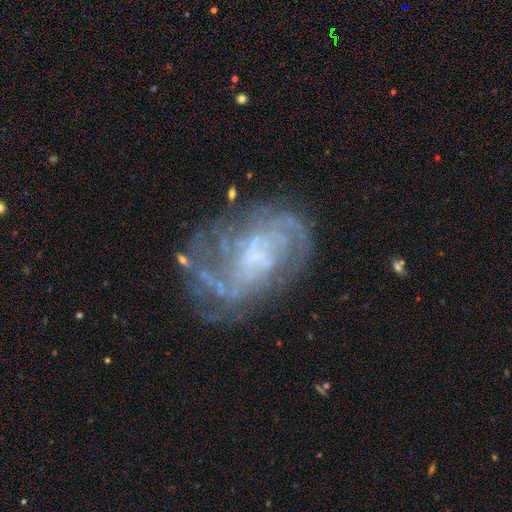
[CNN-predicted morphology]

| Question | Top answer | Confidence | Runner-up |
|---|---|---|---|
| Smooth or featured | featured or disk | 84% | smooth (8%) |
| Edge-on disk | no | 97% | yes (3%) |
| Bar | no | 52% | weak (37%) |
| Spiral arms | yes | 89% | no (11%) |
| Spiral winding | tight | 44% | medium (39%) |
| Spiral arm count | can't tell | 39% | 2 (25%) |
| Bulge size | none | 42% | small (31%) |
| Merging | none | 60% | minor disturbance (20%) |